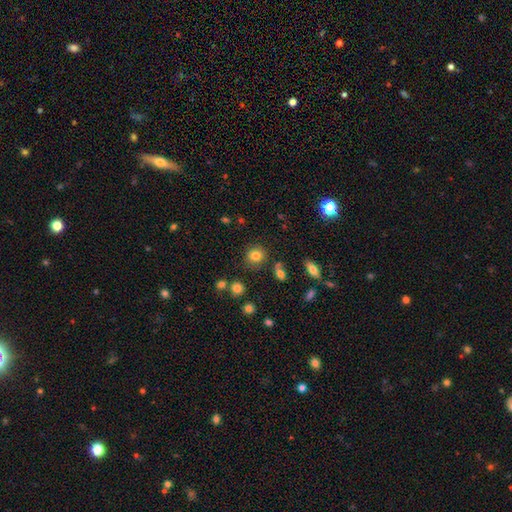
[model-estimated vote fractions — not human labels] This appears to be a smooth galaxy with no disk features (81%) that is round (81%). Merging: none (82%).